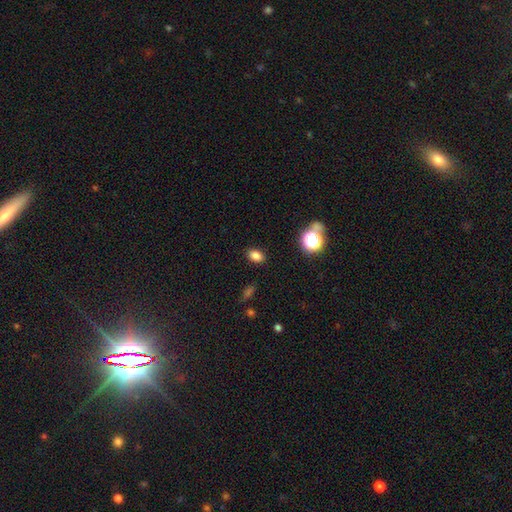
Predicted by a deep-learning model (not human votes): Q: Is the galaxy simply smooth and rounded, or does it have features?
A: smooth — 81%.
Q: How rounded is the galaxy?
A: in between — 82%.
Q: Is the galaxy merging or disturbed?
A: none — 88%.